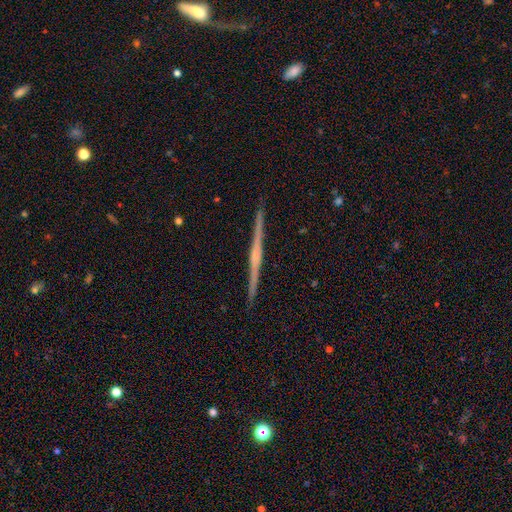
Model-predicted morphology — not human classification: The model was most divided on "edge-on bulge": rounded: 43%, none: 42%, boxy: 14%. More confident: edge-on disk — yes (99%); merging — none (93%); smooth or featured — featured or disk (78%).